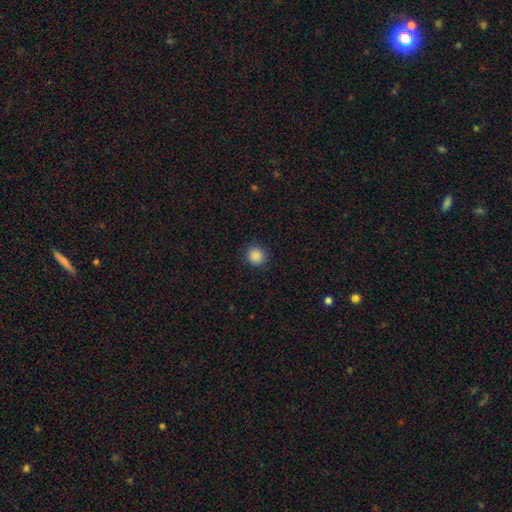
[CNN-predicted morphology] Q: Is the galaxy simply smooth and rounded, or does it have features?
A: smooth — 88%.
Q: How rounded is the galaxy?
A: round — 89%.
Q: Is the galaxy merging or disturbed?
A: none — 90%.